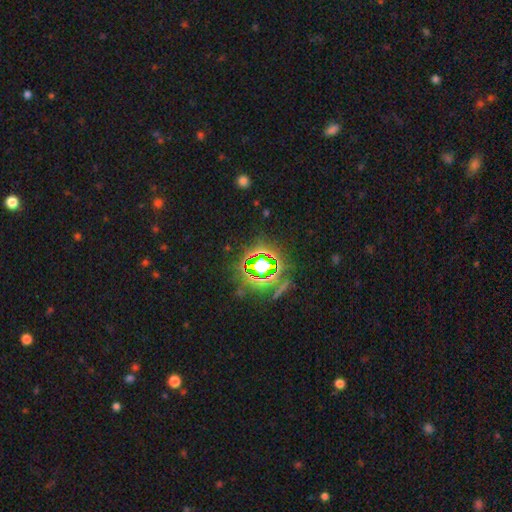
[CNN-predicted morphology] smooth_or_featured: star or artifact (p=0.79) [alt: smooth p=0.13]